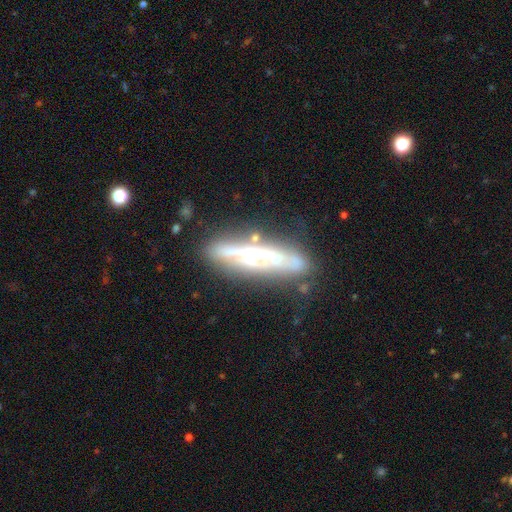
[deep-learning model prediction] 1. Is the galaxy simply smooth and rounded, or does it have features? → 70% featured or disk, 22% smooth, 8% star or artifact.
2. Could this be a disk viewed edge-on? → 75% yes, 25% no.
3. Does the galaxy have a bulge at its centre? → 46% none, 35% rounded, 19% boxy.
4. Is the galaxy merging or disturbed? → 69% none, 19% minor disturbance, 8% major disturbance, 5% merger.